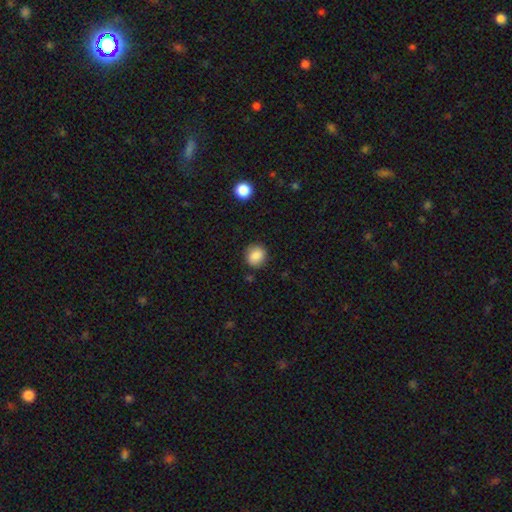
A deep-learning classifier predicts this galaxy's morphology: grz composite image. It shows a smooth galaxy with no disk features (86%) that is round (77%). Merging: none (84%).